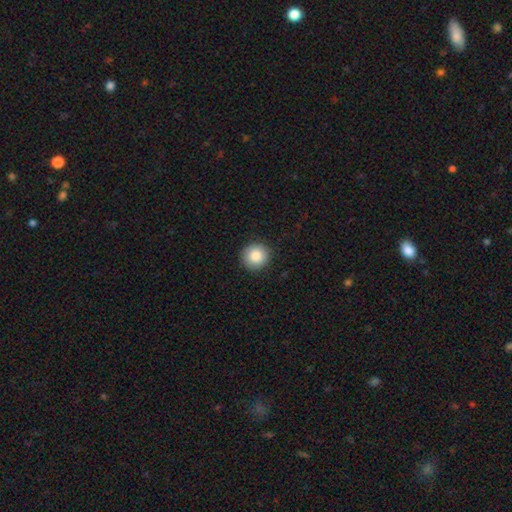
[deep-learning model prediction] Smooth or featured? Predicted: smooth (p=0.86). How rounded? Predicted: round (p=0.94). Merging? Predicted: none (p=0.91).